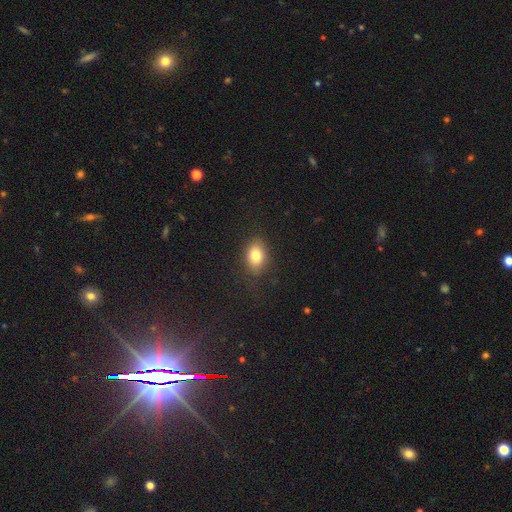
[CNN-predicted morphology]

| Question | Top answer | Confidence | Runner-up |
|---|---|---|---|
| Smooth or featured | smooth | 79% | featured or disk (11%) |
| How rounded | in between | 75% | round (23%) |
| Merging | none | 82% | minor disturbance (12%) |